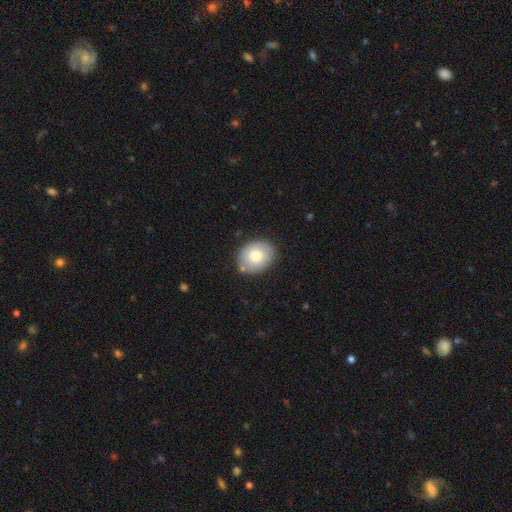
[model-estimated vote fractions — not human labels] Smooth or featured? smooth (73%)
How rounded? in between (54%)
Merging? none (80%)